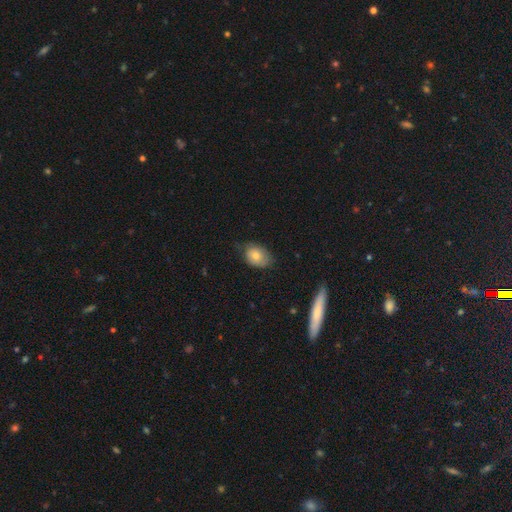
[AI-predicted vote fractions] Overall: smooth (76%). How rounded: in between (75%). Merging: none (59%; minor disturbance 32%).